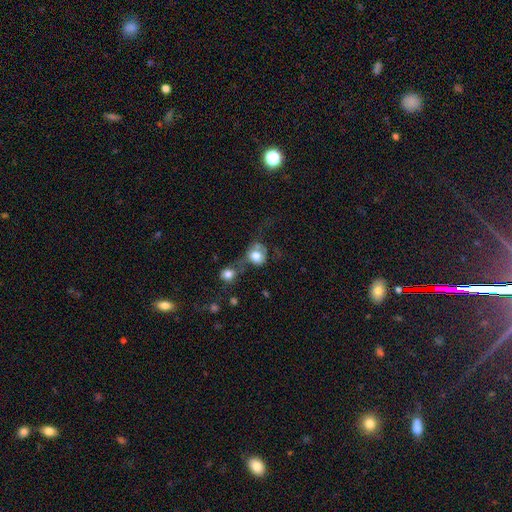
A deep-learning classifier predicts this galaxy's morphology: Smooth or featured? smooth (71%)
How rounded? round (73%)
Merging? merger (44%)